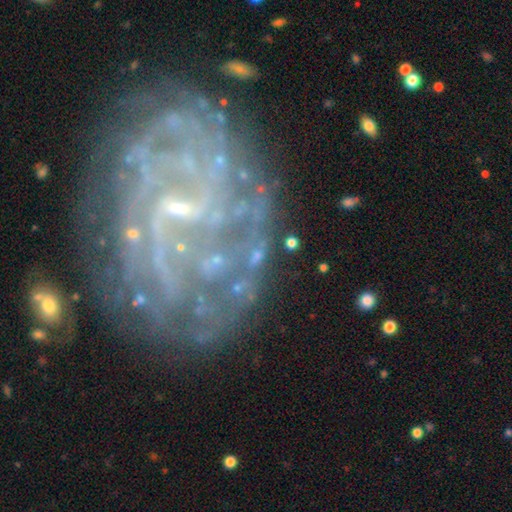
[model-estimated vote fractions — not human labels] A featured or disk galaxy (65%) with no bar (45%), spiral arms (79%) and a small central bulge (60%).

Vote fractions:
- Smooth or featured? featured or disk: 65% / star or artifact: 21% / smooth: 14%
- Edge-on disk? no: 95% / yes: 5%
- Bar? no: 45% / weak: 28% / strong: 26%
- Spiral arms? yes: 79% / no: 21%
- Bulge size? small: 60% / moderate: 19% / none: 16% / large: 3% / dominant: 2%
- Merging? none: 60% / minor disturbance: 18% / major disturbance: 14% / merger: 8%